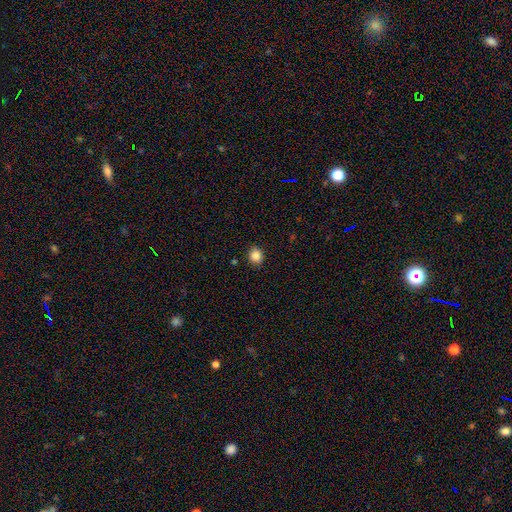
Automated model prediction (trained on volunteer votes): Q: Smooth or featured?
A: smooth (86%); runner-up: star or artifact (10%)
Q: How rounded?
A: round (76%); runner-up: in between (23%)
Q: Merging?
A: none (89%); runner-up: minor disturbance (7%)